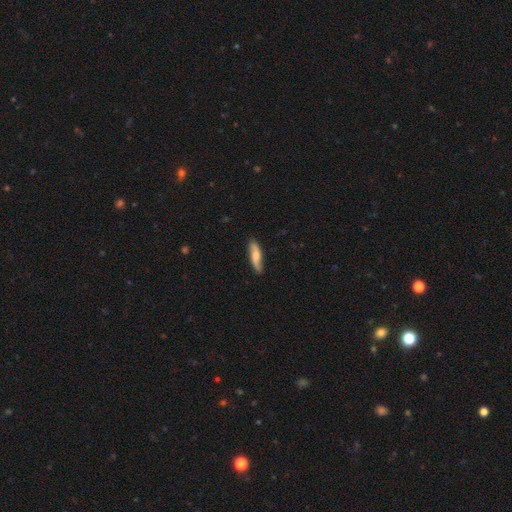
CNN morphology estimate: Q: Smooth or featured?
A: smooth (54%); runner-up: featured or disk (40%)
Q: How rounded?
A: cigar-shaped (68%); runner-up: in between (30%)
Q: Merging?
A: none (82%); runner-up: minor disturbance (14%)